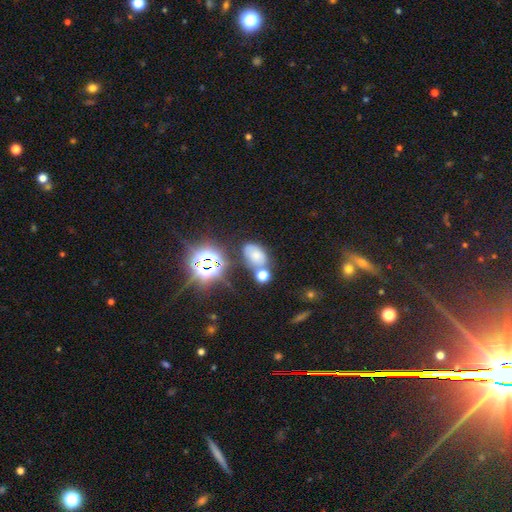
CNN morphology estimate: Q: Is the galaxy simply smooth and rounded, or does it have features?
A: smooth — 56%.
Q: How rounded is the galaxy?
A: in between — 83%.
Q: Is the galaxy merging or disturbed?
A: none — 56%.